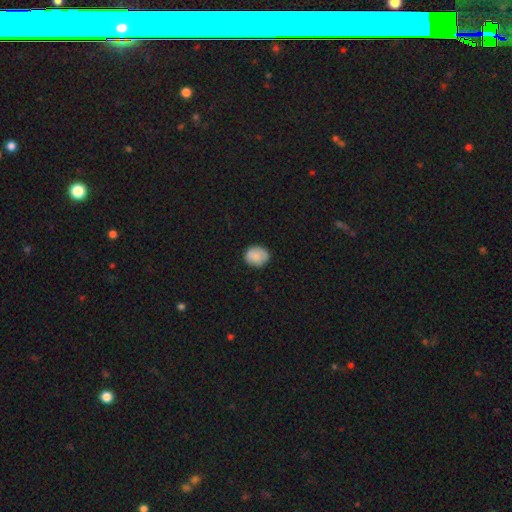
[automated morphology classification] Smooth or featured? Predicted: smooth (p=0.85). How rounded? Predicted: round (p=0.66). Merging? Predicted: none (p=0.81).